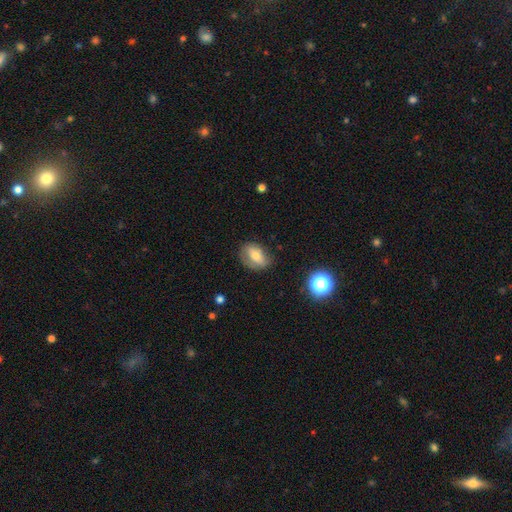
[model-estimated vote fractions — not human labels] A smooth galaxy with no disk features (64%) that is in between round and cigar-shaped (78%). Merging: none (70%).